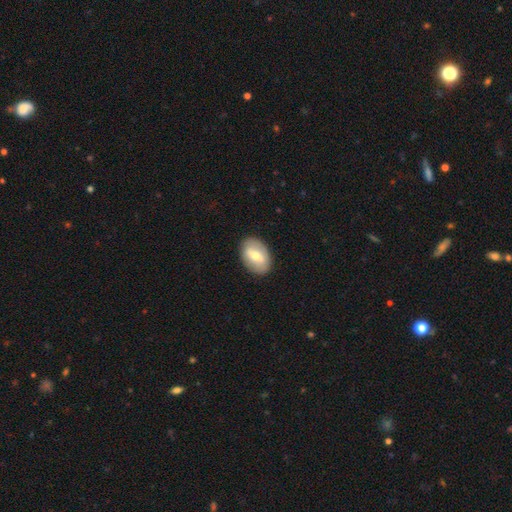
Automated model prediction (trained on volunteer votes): This is possibly a smooth galaxy (52%). How rounded: clearly in between (85%). Merging: clearly none (87%).